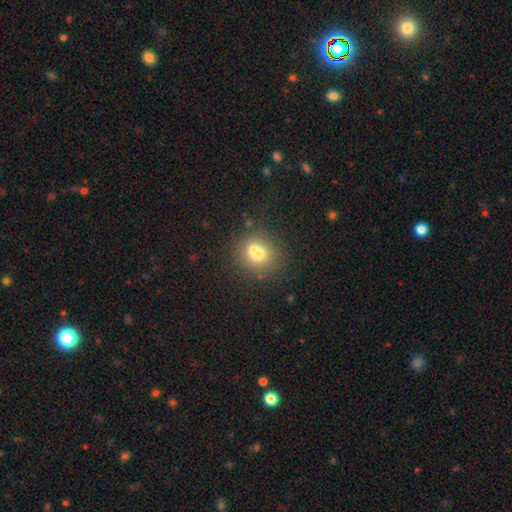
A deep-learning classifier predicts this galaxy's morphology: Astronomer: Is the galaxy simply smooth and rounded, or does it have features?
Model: smooth — 71%.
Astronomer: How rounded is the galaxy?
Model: round — 71%.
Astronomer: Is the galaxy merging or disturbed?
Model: none — 65%.